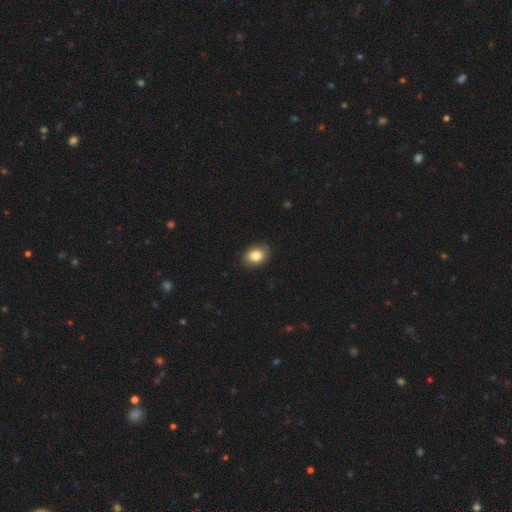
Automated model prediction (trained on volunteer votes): Smooth or featured?
  - smooth: 84% *
  - star or artifact: 8%
  - featured or disk: 8%
How rounded?
  - in between: 67% *
  - round: 32%
  - cigar-shaped: 1%
Merging?
  - none: 85% *
  - minor disturbance: 11%
  - major disturbance: 2%
  - merger: 1%